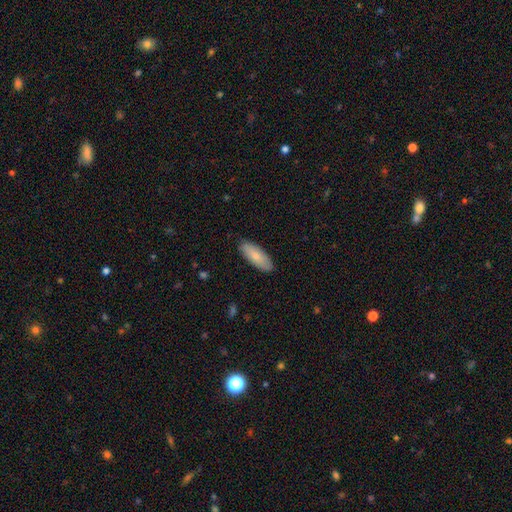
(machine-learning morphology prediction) type=smooth (81%); roundness=in between (75%); merging=none (88%).